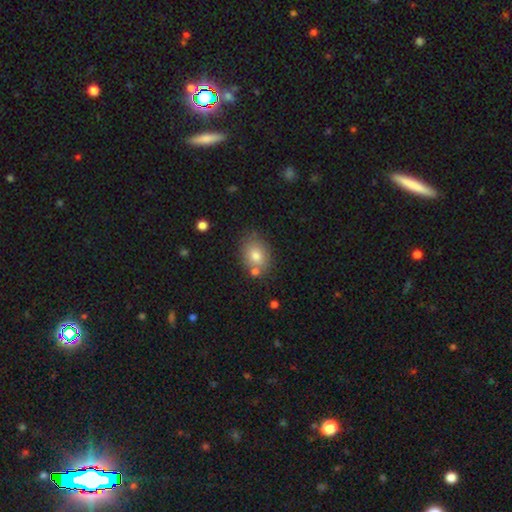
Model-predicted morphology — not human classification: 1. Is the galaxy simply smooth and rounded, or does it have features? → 78% smooth, 13% featured or disk, 9% star or artifact.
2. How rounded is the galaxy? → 69% in between, 30% round, 1% cigar-shaped.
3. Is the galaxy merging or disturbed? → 70% none, 16% minor disturbance, 10% merger, 4% major disturbance.